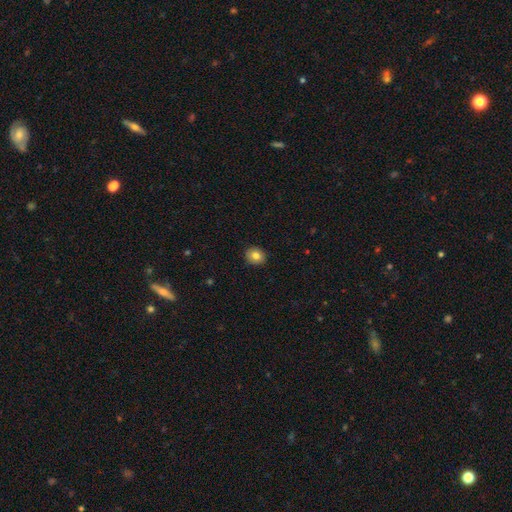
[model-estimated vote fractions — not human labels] The model was most divided on "how rounded": round: 75%, in between: 24%, cigar-shaped: 1%. More confident: merging — none (90%); smooth or featured — smooth (81%).